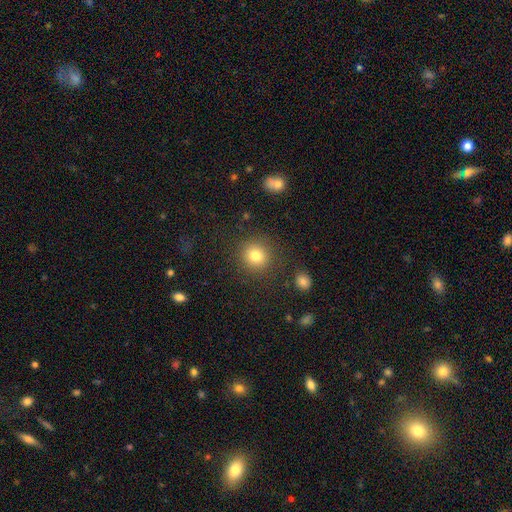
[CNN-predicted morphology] A smooth galaxy with no disk features (80%) that is round (90%).

Vote fractions:
- Smooth or featured? smooth: 80% / star or artifact: 12% / featured or disk: 7%
- How rounded? round: 90% / in between: 9% / cigar-shaped: 1%
- Merging? none: 87% / minor disturbance: 7% / major disturbance: 3% / merger: 2%